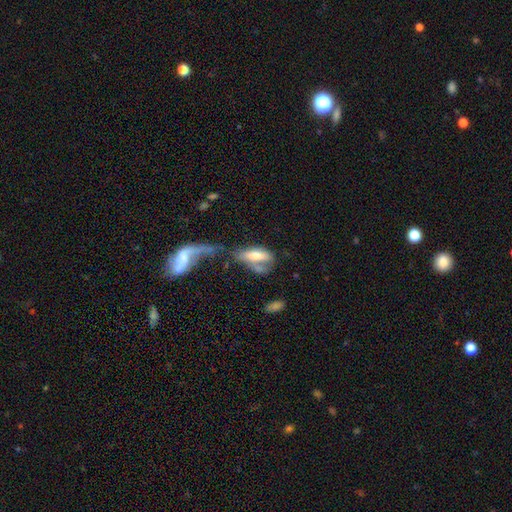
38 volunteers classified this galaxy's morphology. A smooth galaxy with no disk features (74%) that is in between round and cigar-shaped (71%). Merging: merger (53%).